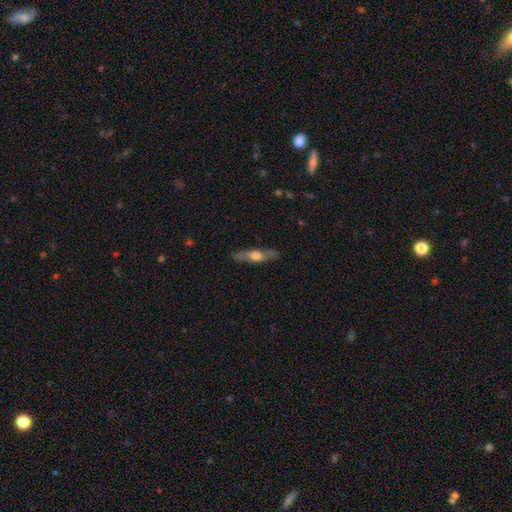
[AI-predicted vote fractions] Overall: featured or disk (49%; smooth 45%). Merging: none (81%).